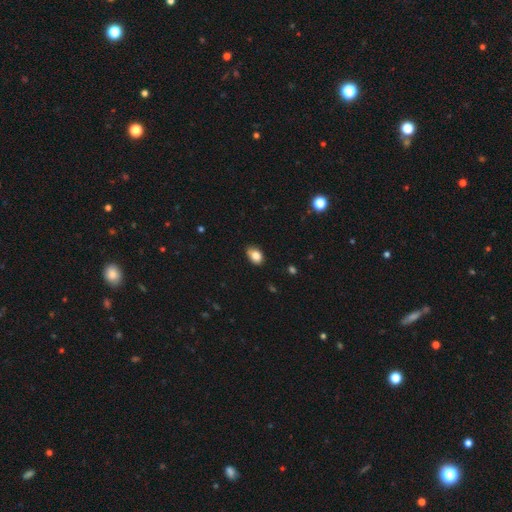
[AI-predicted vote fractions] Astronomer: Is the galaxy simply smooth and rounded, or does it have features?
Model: smooth — 85%.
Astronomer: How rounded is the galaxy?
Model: in between — 83%.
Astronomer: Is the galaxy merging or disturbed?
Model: none — 75%.